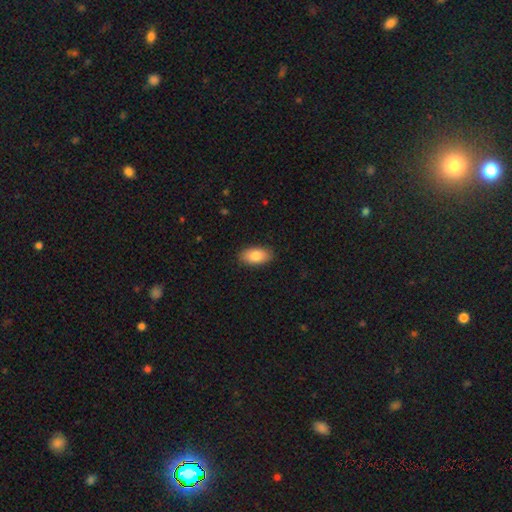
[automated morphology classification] This is clearly a smooth galaxy (84%). How rounded: clearly in between (93%). Merging: clearly none (89%).